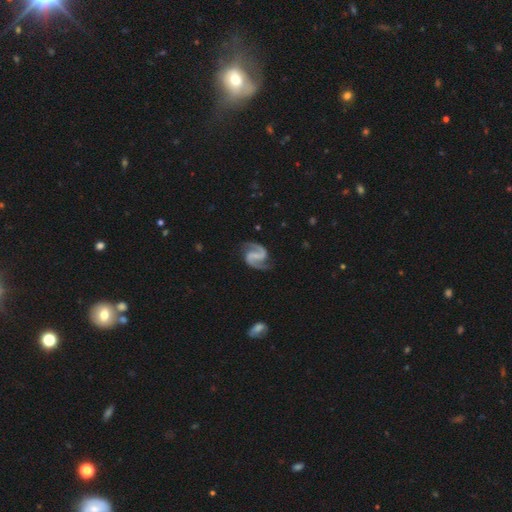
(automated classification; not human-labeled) smooth_or_featured: featured or disk (p=0.93) [alt: star or artifact p=0.04]
disk_edge_on: no (p=0.99) [alt: yes p=0.01]
bar: weak (p=0.42) [alt: strong p=0.33]
has_spiral_arms: yes (p=0.98) [alt: no p=0.02]
spiral_winding: medium (p=0.60) [alt: loose p=0.24]
spiral_arm_count: 2 (p=0.95) [alt: can't tell p=0.01]
bulge_size: none (p=0.58) [alt: small p=0.29]
merging: none (p=0.82) [alt: minor disturbance p=0.12]